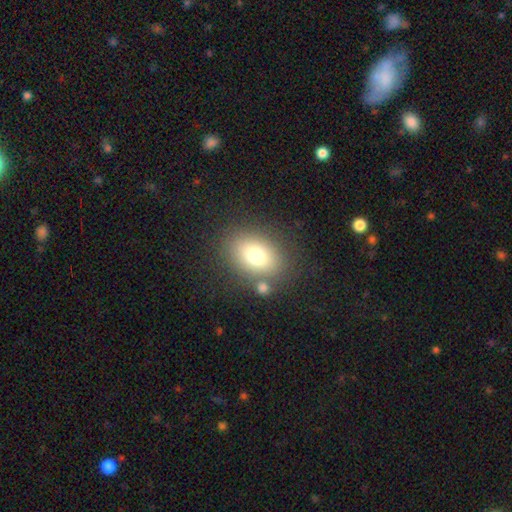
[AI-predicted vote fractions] Overall: smooth (75%). How rounded: in between (71%). Merging: none (73%).